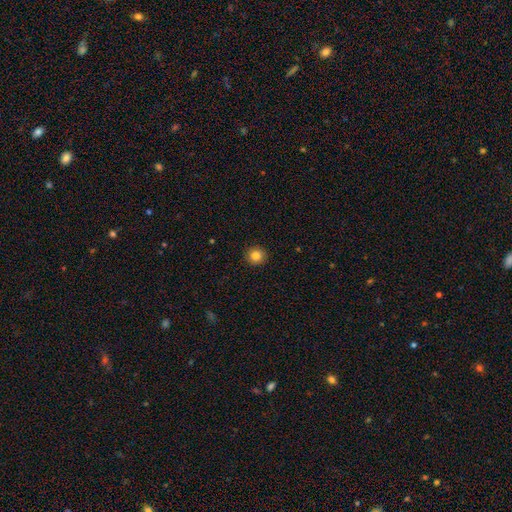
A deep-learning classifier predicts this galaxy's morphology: Q: Smooth or featured?
A: smooth (84%); runner-up: star or artifact (10%)
Q: How rounded?
A: round (92%); runner-up: in between (7%)
Q: Merging?
A: none (92%); runner-up: minor disturbance (6%)